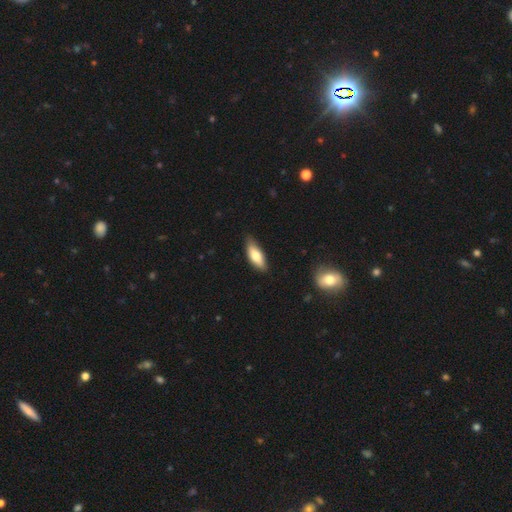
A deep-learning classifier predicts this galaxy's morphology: smooth_or_featured: smooth (p=0.74) [alt: featured or disk p=0.20]
how_rounded: in between (p=0.71) [alt: cigar-shaped p=0.27]
merging: none (p=0.78) [alt: minor disturbance p=0.18]